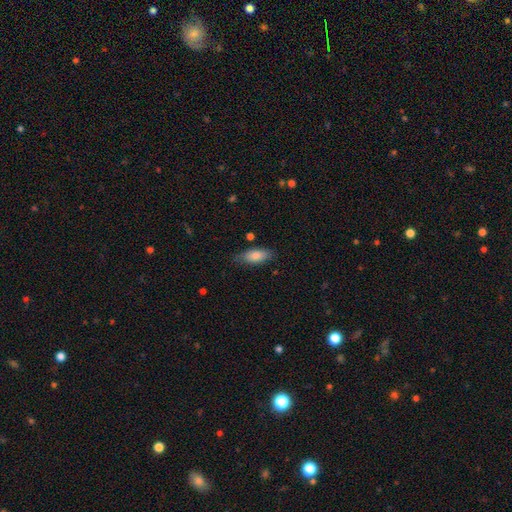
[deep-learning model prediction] The model was most divided on "merging": none: 76%, minor disturbance: 19%, major disturbance: 4%, merger: 2%. More confident: smooth or featured — smooth (83%); how rounded — in between (82%).